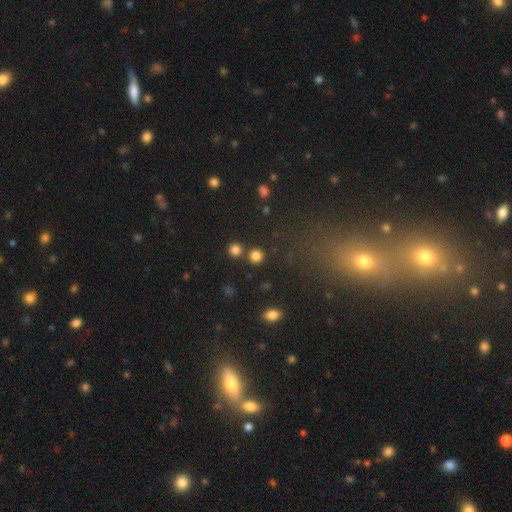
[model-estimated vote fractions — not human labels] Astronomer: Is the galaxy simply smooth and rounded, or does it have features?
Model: smooth — 81%.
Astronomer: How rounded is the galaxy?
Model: round — 91%.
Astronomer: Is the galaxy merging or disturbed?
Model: none — 75%.